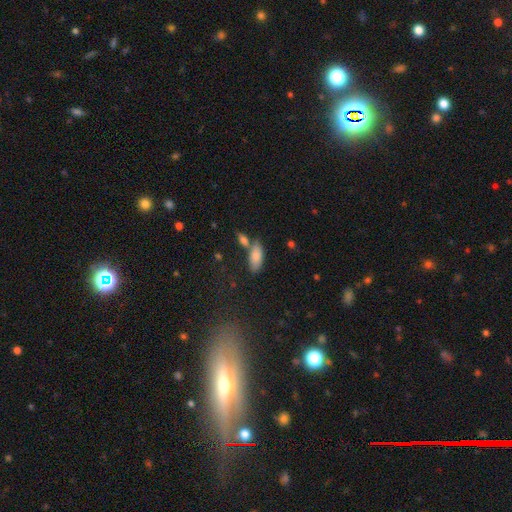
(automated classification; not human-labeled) Overall: smooth (82%). How rounded: in between (84%). Merging: none (57%; merger 24%).